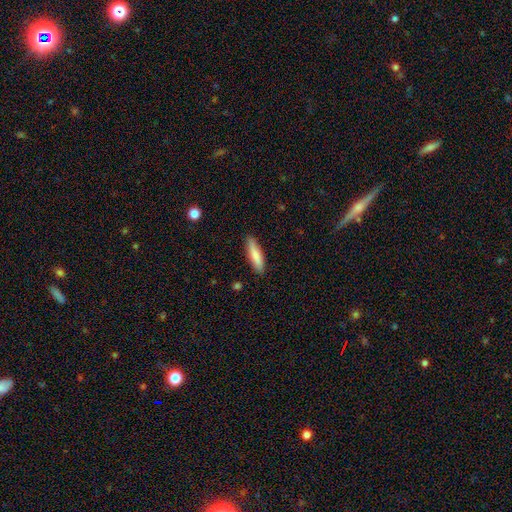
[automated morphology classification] smooth 80%, featured or disk 15%, star or artifact 6%. Down the decision tree: how rounded — cigar-shaped (73%); merging — none (88%).